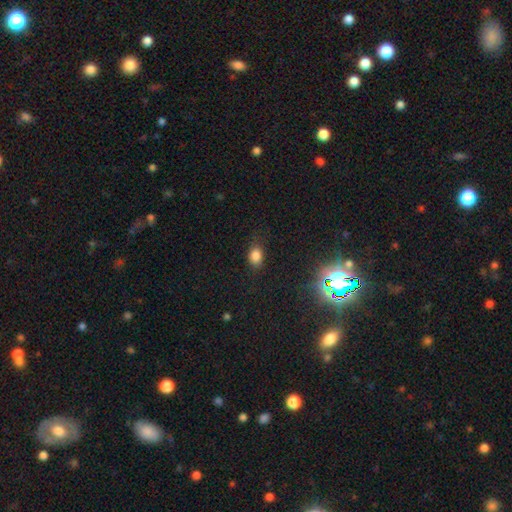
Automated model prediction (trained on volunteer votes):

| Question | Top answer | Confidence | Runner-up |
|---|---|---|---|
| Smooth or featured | smooth | 80% | star or artifact (14%) |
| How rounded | in between | 68% | round (31%) |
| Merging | none | 79% | minor disturbance (15%) |